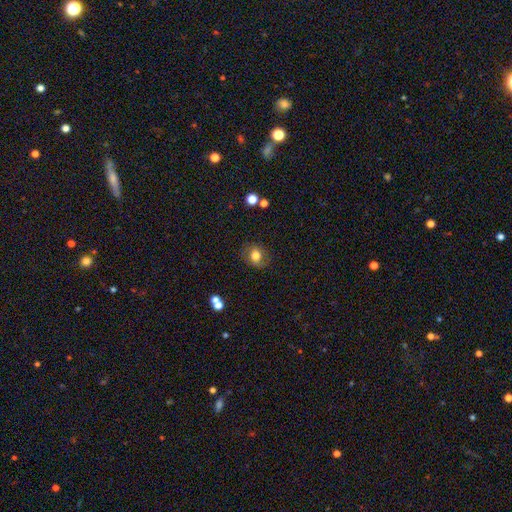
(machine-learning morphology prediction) A smooth galaxy with no disk features (75%) that is round (56%).

Vote fractions:
- Smooth or featured? smooth: 75% / featured or disk: 15% / star or artifact: 10%
- How rounded? round: 56% / in between: 43% / cigar-shaped: 1%
- Merging? none: 80% / minor disturbance: 13% / major disturbance: 5% / merger: 2%